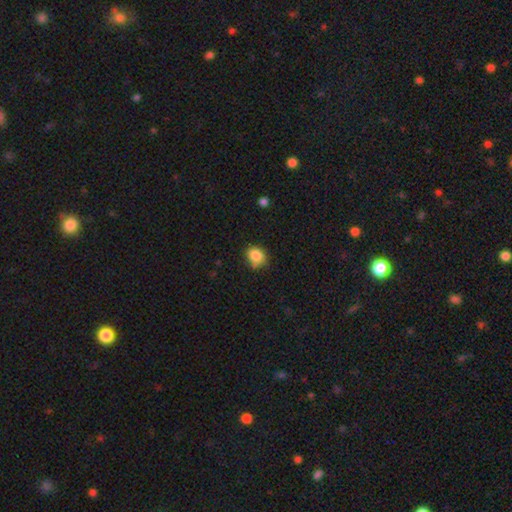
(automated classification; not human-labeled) This appears to be a smooth galaxy with no disk features (84%) that is round (62%). Merging: none (67%).